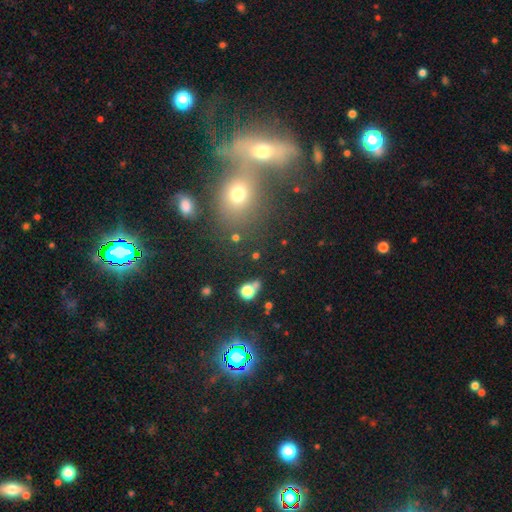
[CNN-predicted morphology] Smooth or featured: smooth — 52% (star or artifact — 34%)
How rounded: round — 55% (in between — 40%)
Merging: none — 64% (merger — 20%)